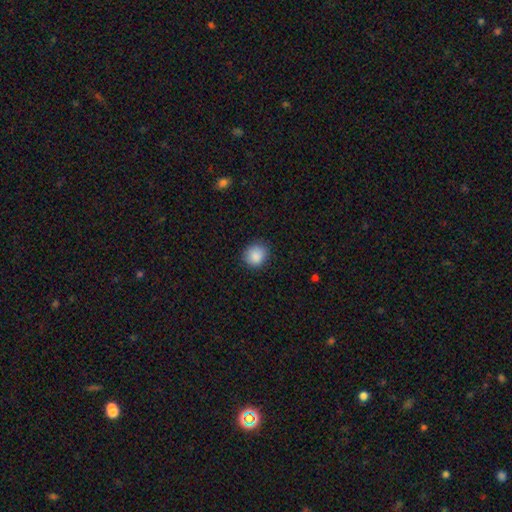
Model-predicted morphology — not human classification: Smooth or featured: smooth — 88% (star or artifact — 8%)
How rounded: round — 80% (in between — 19%)
Merging: none — 86% (minor disturbance — 11%)